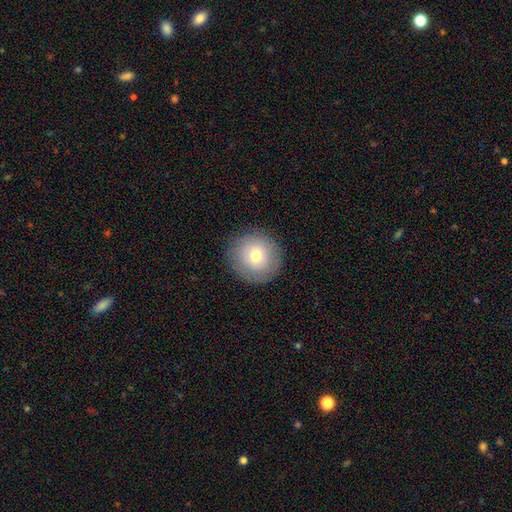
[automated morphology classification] smooth_or_featured: smooth (p=0.72) [alt: featured or disk p=0.18]
how_rounded: round (p=0.93) [alt: in between p=0.06]
merging: none (p=0.89) [alt: minor disturbance p=0.08]